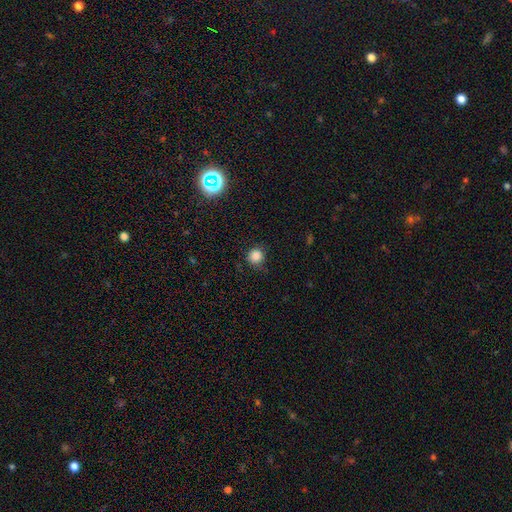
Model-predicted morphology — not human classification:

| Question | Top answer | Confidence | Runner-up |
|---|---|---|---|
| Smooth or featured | smooth | 85% | star or artifact (12%) |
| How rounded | round | 91% | in between (8%) |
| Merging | none | 79% | minor disturbance (15%) |